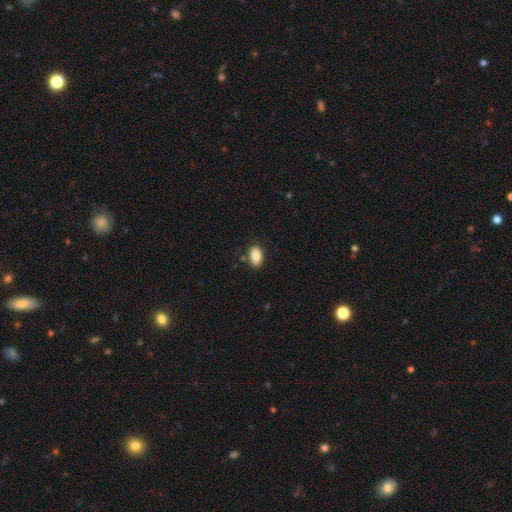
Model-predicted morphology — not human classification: type=smooth (89%); roundness=in between (92%); merging=none (82%).